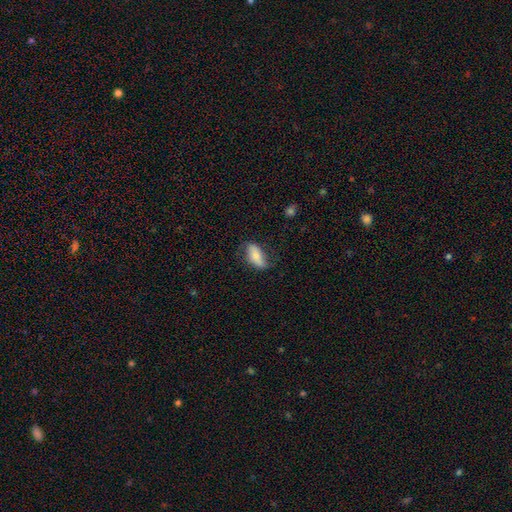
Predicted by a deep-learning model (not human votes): Morphology: type=smooth (60%); roundness=in between (85%); merging=none (64%).